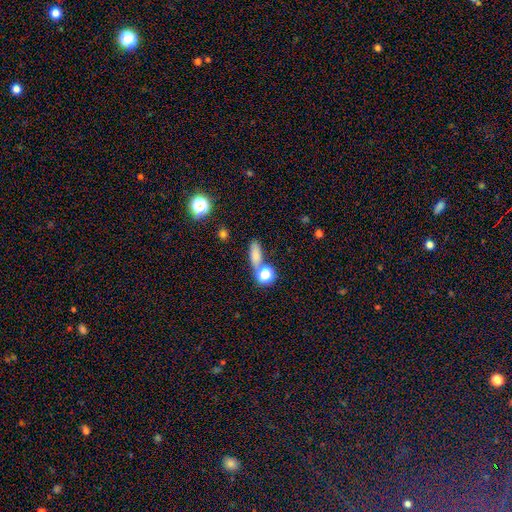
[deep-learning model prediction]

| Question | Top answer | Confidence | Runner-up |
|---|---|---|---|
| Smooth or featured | smooth | 73% | star or artifact (17%) |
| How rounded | in between | 52% | cigar-shaped (30%) |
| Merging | none | 60% | merger (23%) |